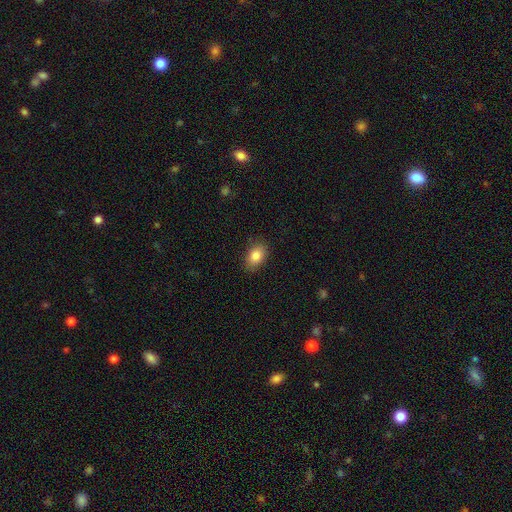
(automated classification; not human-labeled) smooth 85%, star or artifact 8%, featured or disk 7%. Down the decision tree: how rounded — in between (85%); merging — none (85%).